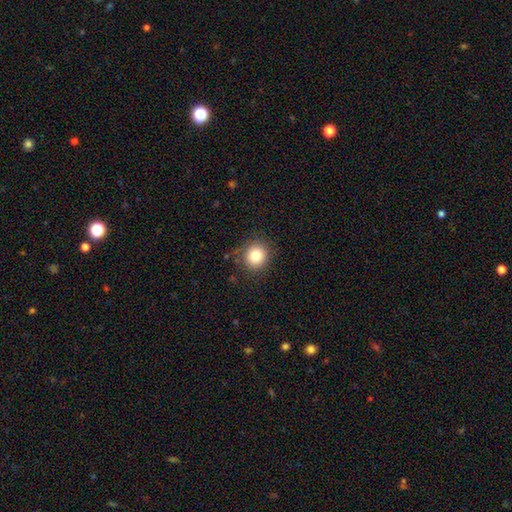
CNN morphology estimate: Q: Smooth or featured?
A: smooth (81%); runner-up: star or artifact (12%)
Q: How rounded?
A: round (89%); runner-up: in between (11%)
Q: Merging?
A: none (83%); runner-up: minor disturbance (11%)